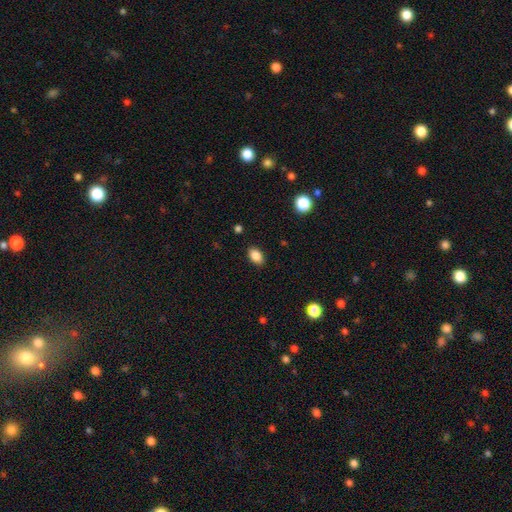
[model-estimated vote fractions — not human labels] A smooth galaxy with no disk features (87%) that is in between round and cigar-shaped (88%).

Vote fractions:
- Smooth or featured? smooth: 87% / star or artifact: 9% / featured or disk: 5%
- How rounded? in between: 88% / round: 10% / cigar-shaped: 2%
- Merging? none: 88% / minor disturbance: 9% / major disturbance: 2% / merger: 1%